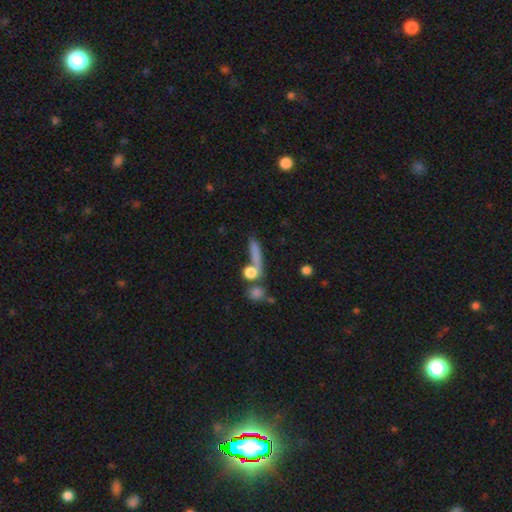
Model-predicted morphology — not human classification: This appears to be a smooth galaxy with no disk features (69%) that is cigar-shaped (60%). Merging: none (49%).